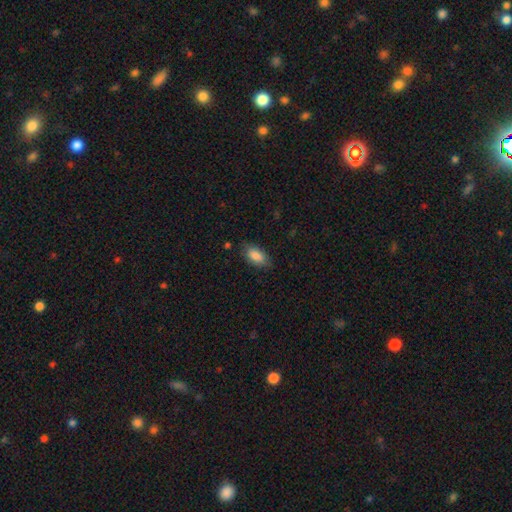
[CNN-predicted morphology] smooth_or_featured: smooth (p=0.86) [alt: featured or disk p=0.07]
how_rounded: in between (p=0.89) [alt: cigar-shaped p=0.08]
merging: none (p=0.79) [alt: minor disturbance p=0.17]